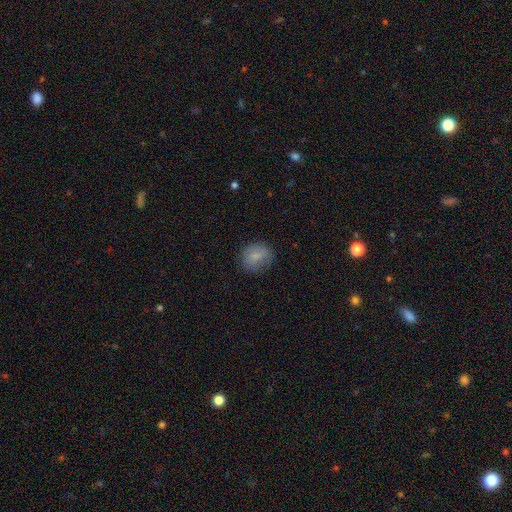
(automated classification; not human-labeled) Overall: smooth (79%). How rounded: round (66%; in between 33%). Merging: none (73%).